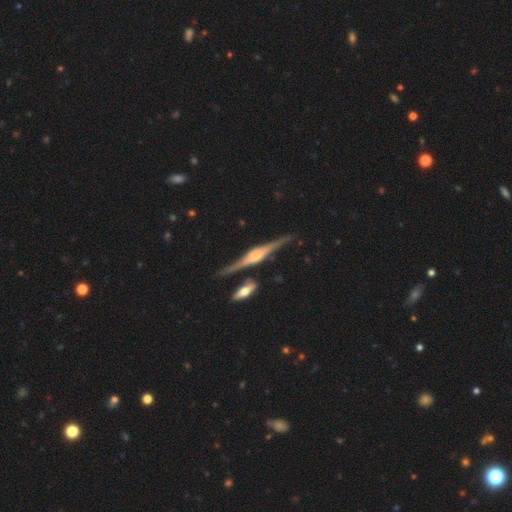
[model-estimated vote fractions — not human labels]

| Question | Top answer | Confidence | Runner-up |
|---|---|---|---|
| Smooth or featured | featured or disk | 86% | smooth (8%) |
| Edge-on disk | yes | 97% | no (3%) |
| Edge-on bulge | rounded | 56% | boxy (39%) |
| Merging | none | 78% | minor disturbance (13%) |